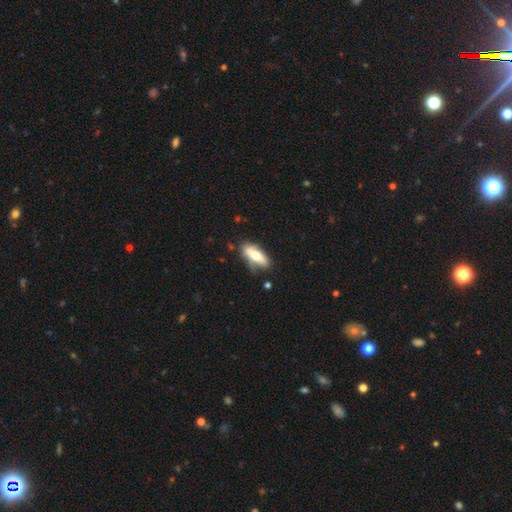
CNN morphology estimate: smooth 61%, featured or disk 33%, star or artifact 6%. Down the decision tree: how rounded — in between (74%); merging — none (67%).